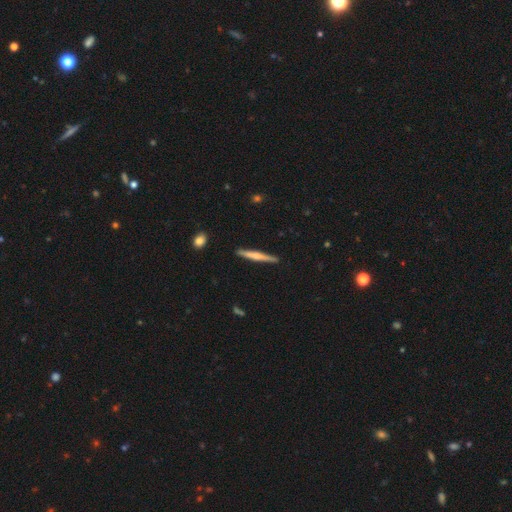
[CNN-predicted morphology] A featured or disk galaxy (52%) viewed edge-on (98%) with a rounded central bulge (59%). Merging: none (90%).